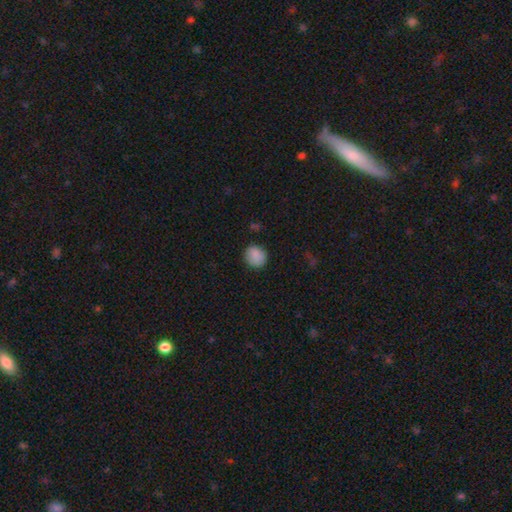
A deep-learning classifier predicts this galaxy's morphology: This is clearly a smooth galaxy (88%). How rounded: clearly round (81%). Merging: clearly none (85%).